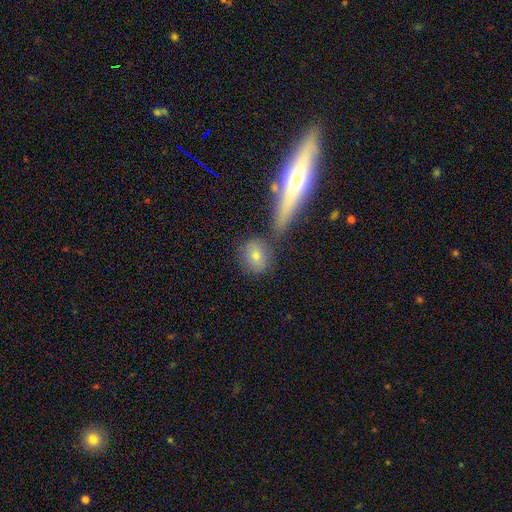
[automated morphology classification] A smooth galaxy with no disk features (77%) that is round (55%).

Vote fractions:
- Smooth or featured? smooth: 77% / featured or disk: 13% / star or artifact: 10%
- How rounded? round: 55% / in between: 41% / cigar-shaped: 4%
- Merging? none: 70% / merger: 14% / minor disturbance: 12% / major disturbance: 5%